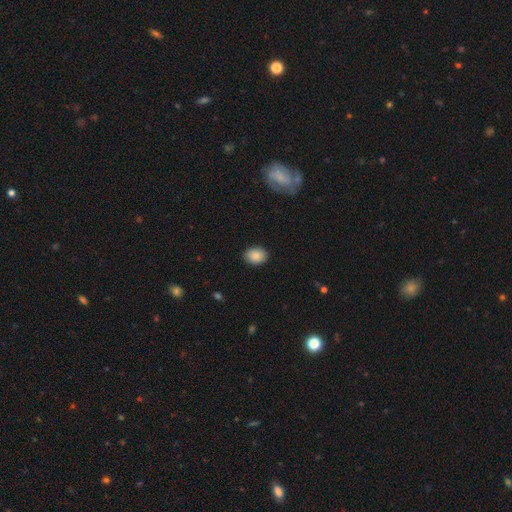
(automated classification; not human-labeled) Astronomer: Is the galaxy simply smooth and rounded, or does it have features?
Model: smooth — 87%.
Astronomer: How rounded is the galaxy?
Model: in between — 60% (runner-up: round, 39%).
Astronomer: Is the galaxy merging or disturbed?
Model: none — 89%.